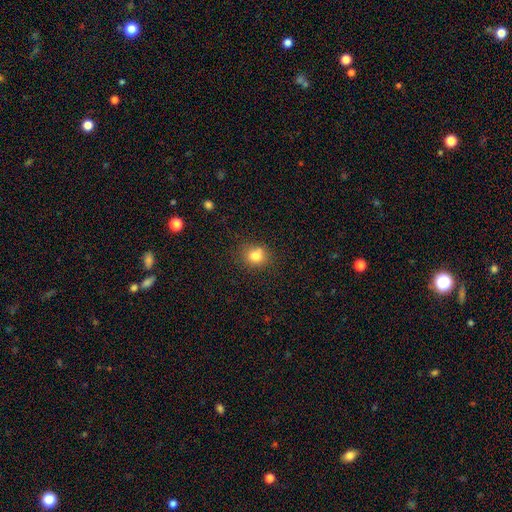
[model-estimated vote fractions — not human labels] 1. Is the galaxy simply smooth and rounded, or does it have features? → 80% smooth, 12% star or artifact, 8% featured or disk.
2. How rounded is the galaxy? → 74% round, 25% in between, 1% cigar-shaped.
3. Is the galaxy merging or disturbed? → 74% none, 14% minor disturbance, 8% merger, 4% major disturbance.